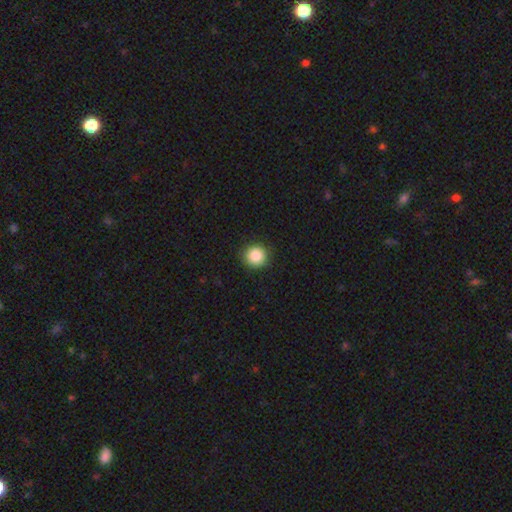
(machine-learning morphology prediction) A smooth galaxy with no disk features (86%) that is round (94%). Merging: none (91%).